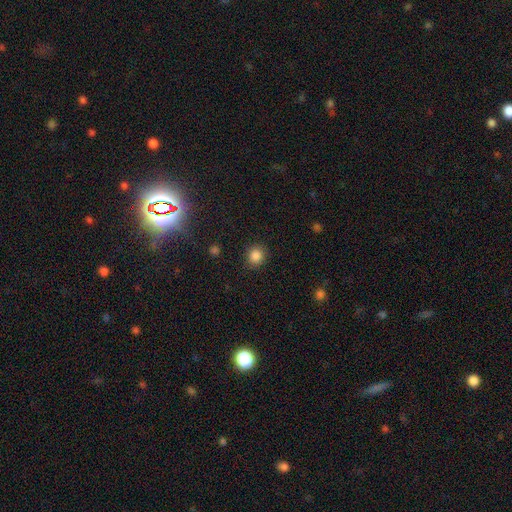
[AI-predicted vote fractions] This appears to be a smooth galaxy with no disk features (85%) that is round (86%). Merging: none (88%).